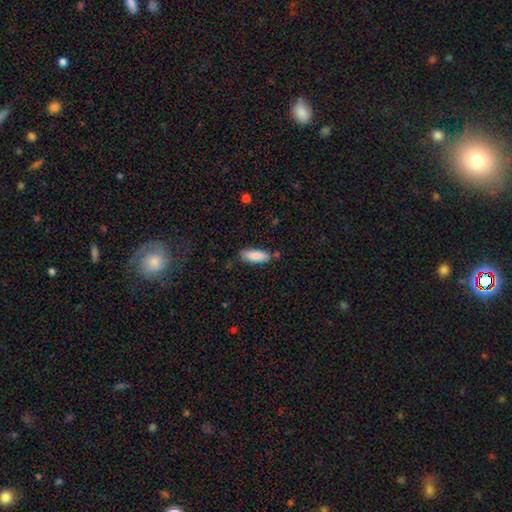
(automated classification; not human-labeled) This is clearly a smooth galaxy (85%). How rounded: likely in between (69%). Merging: likely none (77%).